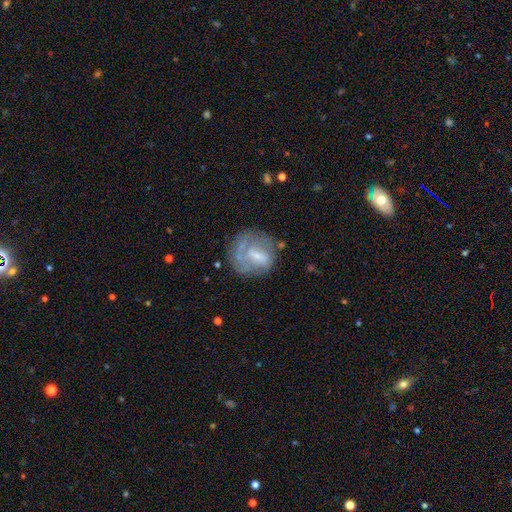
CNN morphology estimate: type=featured or disk (54%); edge-on=no (97%); bar=weak (46%); spiral arms=no (51%); bulge=small (49%); merging=none (52%).